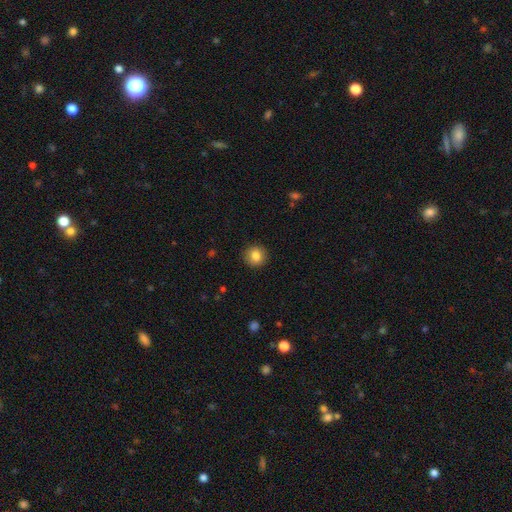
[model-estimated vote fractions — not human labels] Smooth or featured?
  - smooth: 84% *
  - star or artifact: 9%
  - featured or disk: 7%
How rounded?
  - round: 91% *
  - in between: 8%
  - cigar-shaped: 1%
Merging?
  - none: 91% *
  - minor disturbance: 6%
  - major disturbance: 2%
  - merger: 1%